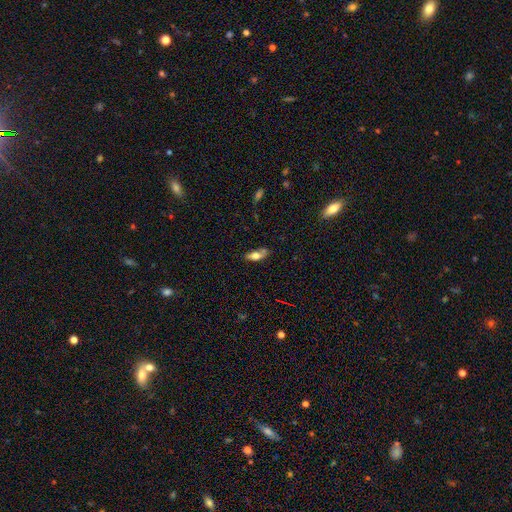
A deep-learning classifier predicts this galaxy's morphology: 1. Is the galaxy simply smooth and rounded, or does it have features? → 66% smooth, 26% featured or disk, 8% star or artifact.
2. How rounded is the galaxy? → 80% in between, 16% cigar-shaped, 3% round.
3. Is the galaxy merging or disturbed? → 57% none, 28% minor disturbance, 9% major disturbance, 6% merger.